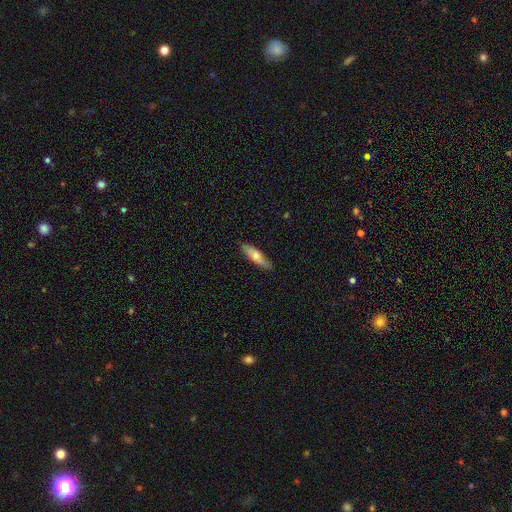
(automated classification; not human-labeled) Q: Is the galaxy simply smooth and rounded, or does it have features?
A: smooth — 61%.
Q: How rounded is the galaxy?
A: cigar-shaped — 63%.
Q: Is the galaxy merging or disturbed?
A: none — 86%.